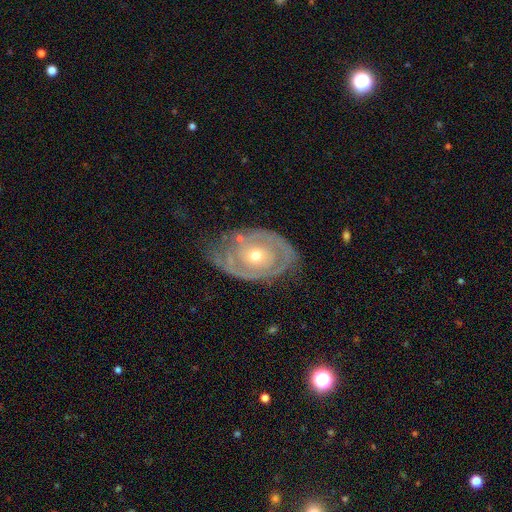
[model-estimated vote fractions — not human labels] featured or disk 79%, smooth 16%, star or artifact 5%. Down the decision tree: edge-on disk — no (95%); bar — no (83%); spiral arms — yes (71%); spiral arm count — 2 (42%); spiral winding — tight (71%); bulge size — moderate (55%); merging — none (61%).